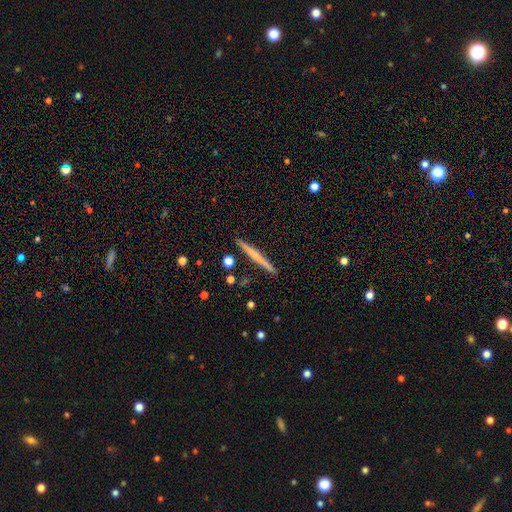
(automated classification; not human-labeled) A featured or disk galaxy (52%) viewed edge-on (98%) with no central bulge (68%). Merging: none (92%).